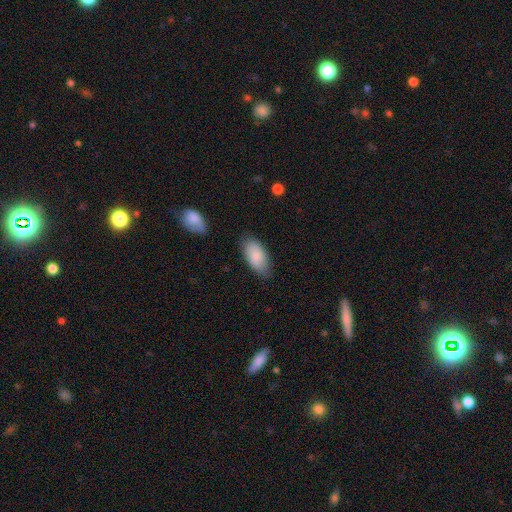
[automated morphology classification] A smooth galaxy with no disk features (85%) that is in between round and cigar-shaped (94%).

Vote fractions:
- Smooth or featured? smooth: 85% / featured or disk: 9% / star or artifact: 6%
- How rounded? in between: 94% / cigar-shaped: 4% / round: 3%
- Merging? none: 72% / minor disturbance: 22% / major disturbance: 4% / merger: 2%